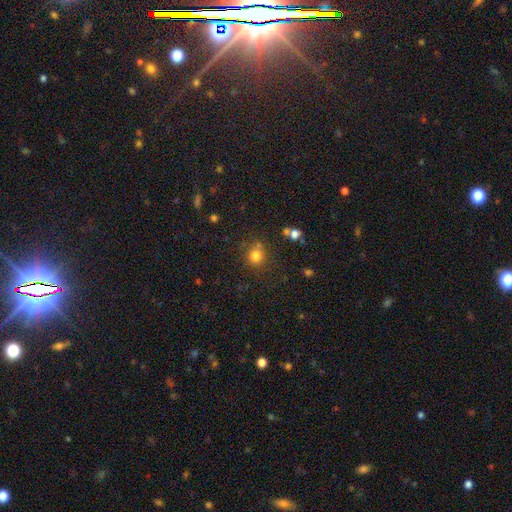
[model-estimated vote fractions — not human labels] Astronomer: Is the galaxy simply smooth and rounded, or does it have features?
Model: smooth — 78%.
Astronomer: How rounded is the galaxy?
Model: round — 87%.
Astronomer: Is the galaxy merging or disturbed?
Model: none — 72%.